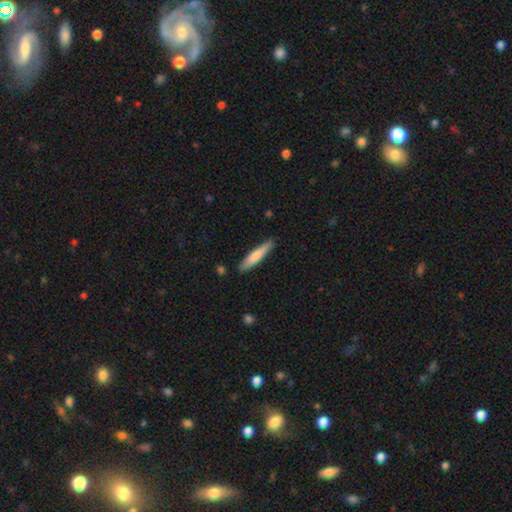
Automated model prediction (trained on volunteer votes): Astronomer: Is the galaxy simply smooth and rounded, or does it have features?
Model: smooth — 71%.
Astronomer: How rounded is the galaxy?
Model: cigar-shaped — 89%.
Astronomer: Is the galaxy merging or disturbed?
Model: none — 87%.